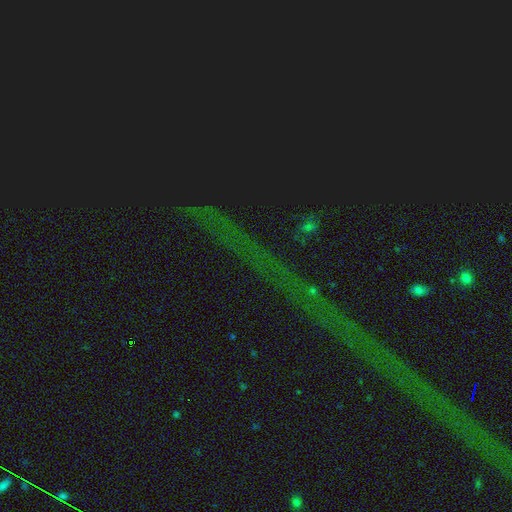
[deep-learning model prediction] Smooth or featured?
  - star or artifact: 86% *
  - smooth: 7%
  - featured or disk: 7%